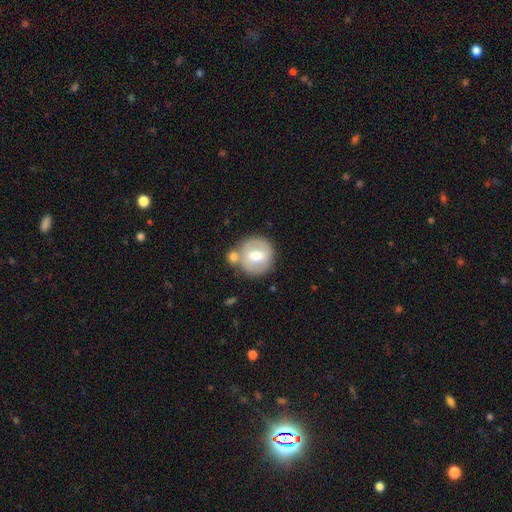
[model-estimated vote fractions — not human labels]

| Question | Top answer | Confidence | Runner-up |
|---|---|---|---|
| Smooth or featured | smooth | 54% | featured or disk (39%) |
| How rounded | round | 91% | in between (8%) |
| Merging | none | 63% | merger (21%) |